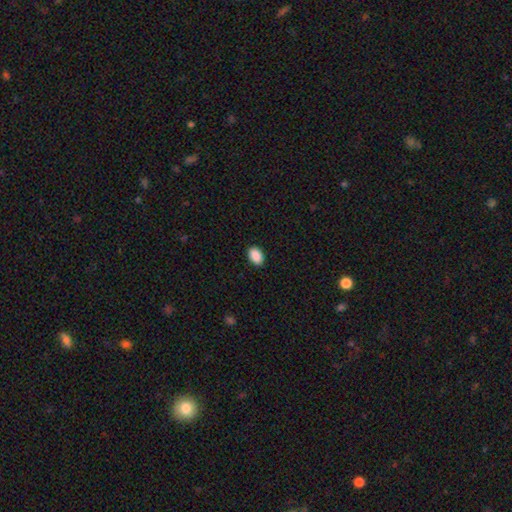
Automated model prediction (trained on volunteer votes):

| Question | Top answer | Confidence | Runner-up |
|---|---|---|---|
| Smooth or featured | smooth | 90% | star or artifact (7%) |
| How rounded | in between | 87% | round (12%) |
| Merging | none | 90% | minor disturbance (7%) |